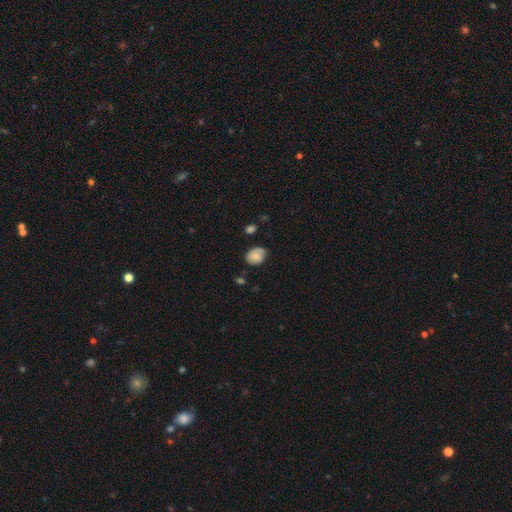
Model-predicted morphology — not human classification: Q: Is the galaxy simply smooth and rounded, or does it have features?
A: smooth — 63%.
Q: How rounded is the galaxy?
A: round — 51%.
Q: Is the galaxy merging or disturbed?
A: none — 54%.